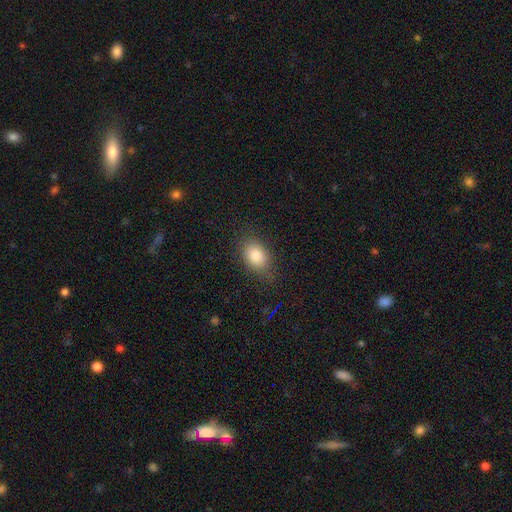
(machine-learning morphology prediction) Smooth or featured: smooth — 84% (star or artifact — 9%)
How rounded: in between — 78% (round — 20%)
Merging: none — 76% (minor disturbance — 18%)